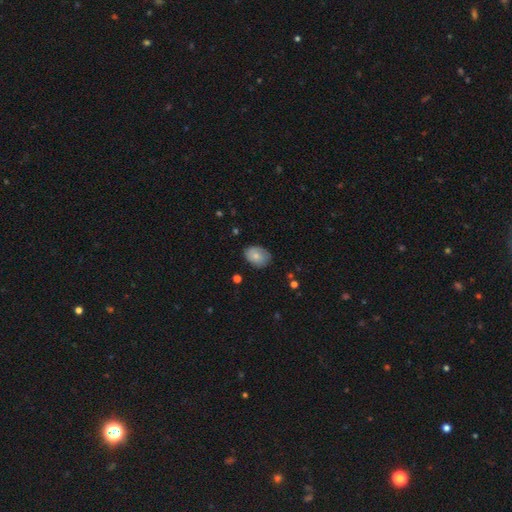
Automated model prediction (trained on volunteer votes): smooth 76%, featured or disk 17%, star or artifact 7%. Down the decision tree: how rounded — in between (76%); merging — none (77%).